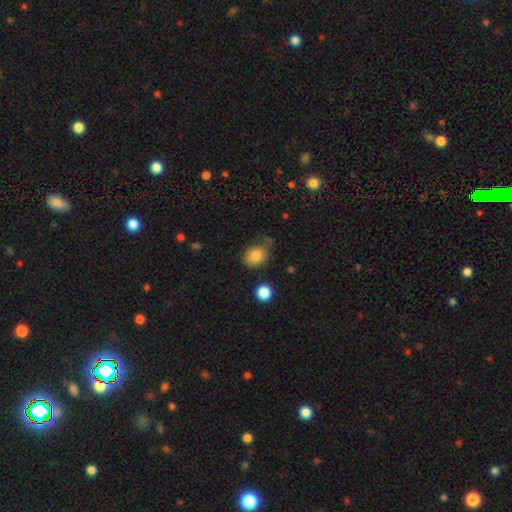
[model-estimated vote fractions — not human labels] This appears to be a smooth galaxy with no disk features (82%) that is round (52%). Merging: none (57%).